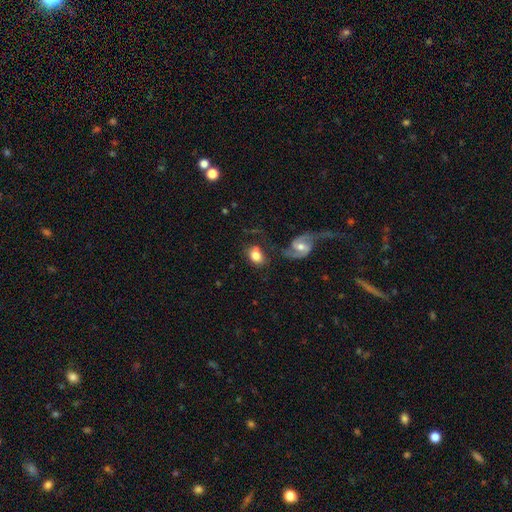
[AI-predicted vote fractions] Smooth or featured: smooth — 69% (featured or disk — 23%)
How rounded: in between — 69% (round — 29%)
Merging: none — 51% (merger — 19%)